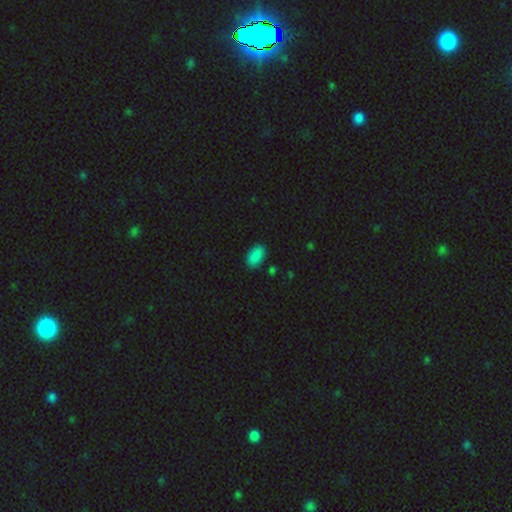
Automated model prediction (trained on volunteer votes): Smooth or featured? Predicted: smooth (p=0.88). How rounded? Predicted: in between (p=0.93). Merging? Predicted: none (p=0.87).